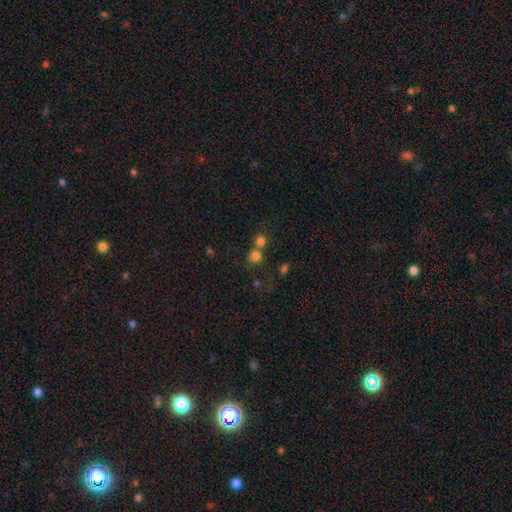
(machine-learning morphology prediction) Smooth or featured? Predicted: smooth (p=0.76). How rounded? Predicted: round (p=0.85). Merging? Predicted: none (p=0.52).